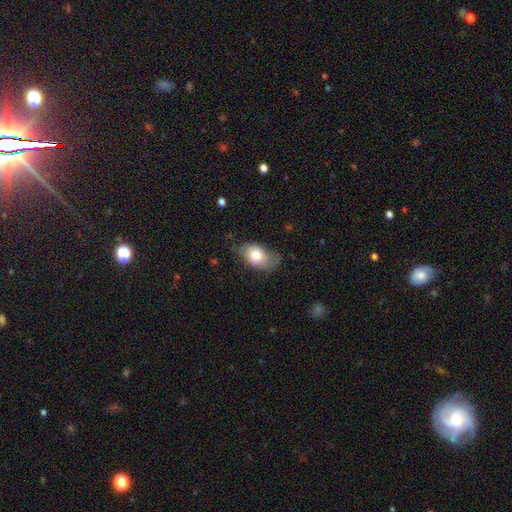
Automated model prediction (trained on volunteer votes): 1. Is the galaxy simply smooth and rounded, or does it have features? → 73% smooth, 20% featured or disk, 7% star or artifact.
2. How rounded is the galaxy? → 88% in between, 10% round, 2% cigar-shaped.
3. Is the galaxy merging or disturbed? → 51% none, 35% minor disturbance, 12% major disturbance, 2% merger.